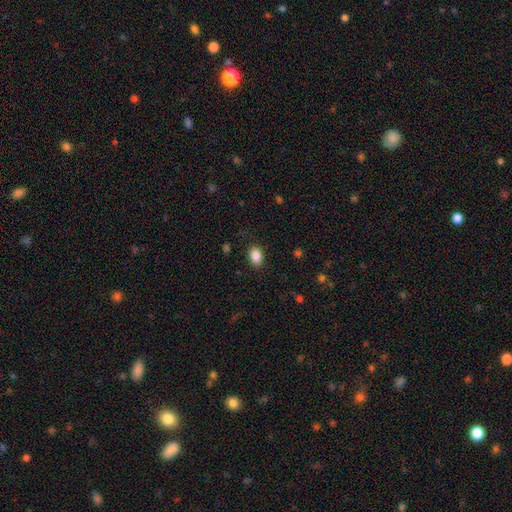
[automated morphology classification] type=smooth (87%); roundness=in between (78%); merging=none (86%).